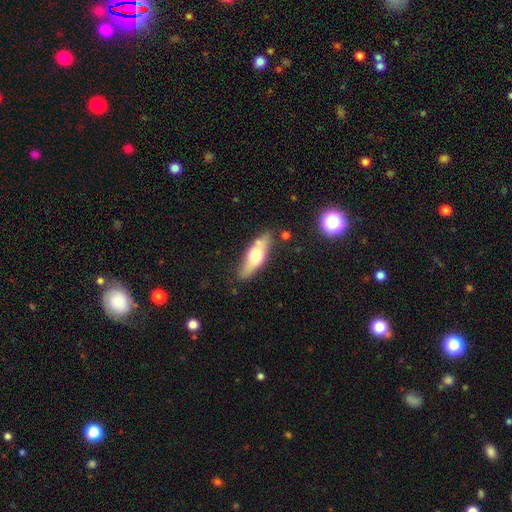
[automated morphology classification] smooth_or_featured: smooth (p=0.51) [alt: featured or disk p=0.43]
how_rounded: in between (p=0.50) [alt: cigar-shaped p=0.47]
merging: none (p=0.78) [alt: minor disturbance p=0.15]